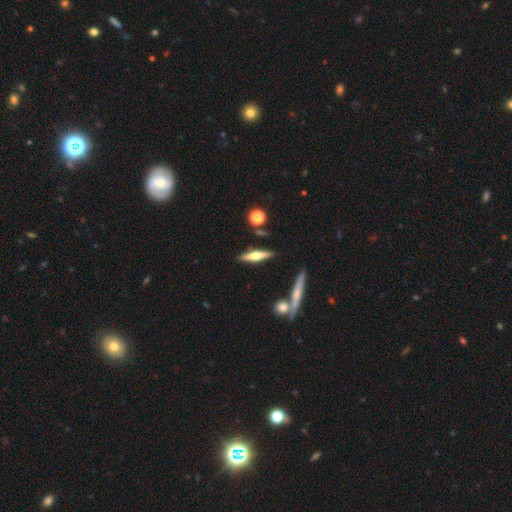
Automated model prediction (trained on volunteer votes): Overall: featured or disk (55%; smooth 39%). Edge-on disk: yes (95%). Edge-on bulge: rounded (87%). Merging: none (84%).